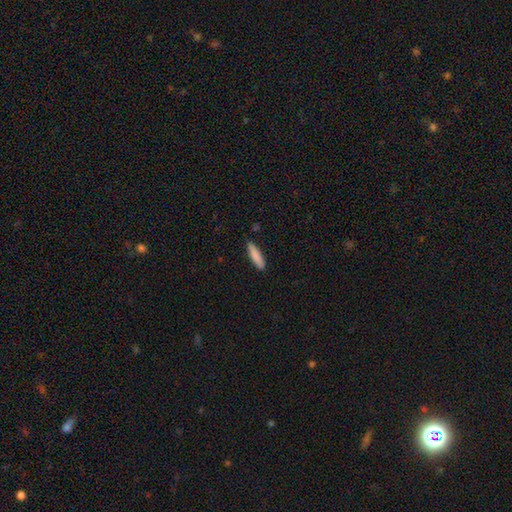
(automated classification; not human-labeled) This is clearly a smooth galaxy (87%). How rounded: likely cigar-shaped (75%). Merging: clearly none (85%).